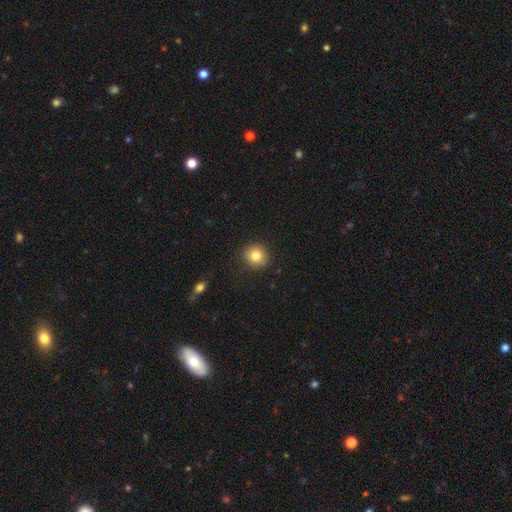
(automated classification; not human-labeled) smooth_or_featured: smooth (p=0.82) [alt: star or artifact p=0.10]
how_rounded: round (p=0.88) [alt: in between p=0.11]
merging: none (p=0.87) [alt: minor disturbance p=0.09]